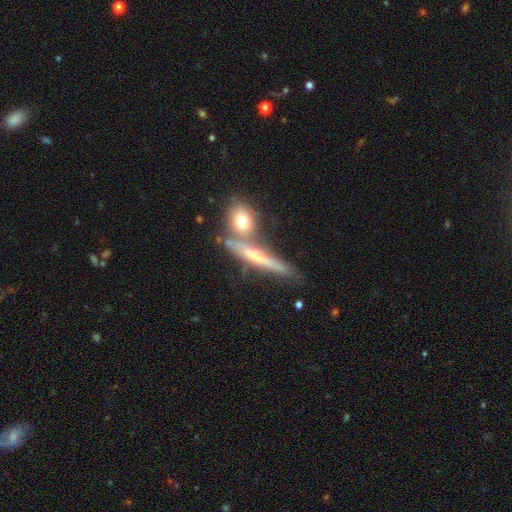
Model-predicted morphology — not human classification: A featured or disk galaxy (53%) viewed edge-on (88%). Merging: none (60%).